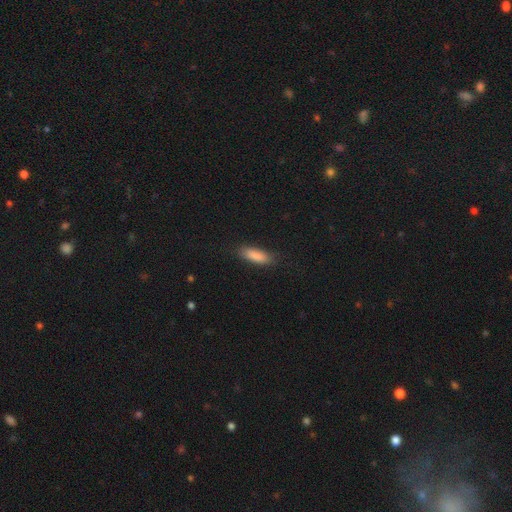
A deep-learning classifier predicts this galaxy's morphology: A smooth galaxy with no disk features (88%) that is in between round and cigar-shaped (59%).

Vote fractions:
- Smooth or featured? smooth: 88% / star or artifact: 7% / featured or disk: 6%
- How rounded? in between: 59% / cigar-shaped: 39% / round: 2%
- Merging? none: 83% / minor disturbance: 13% / major disturbance: 3% / merger: 1%